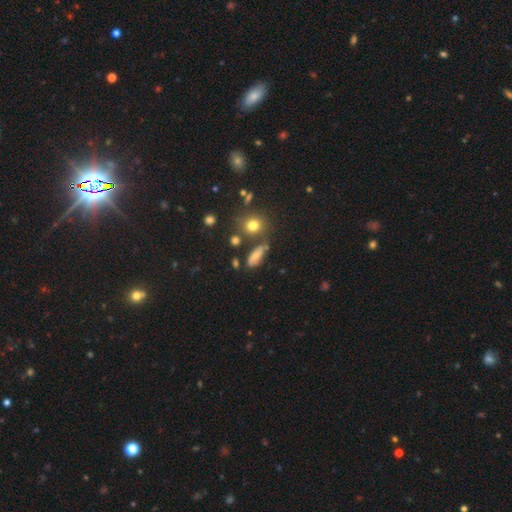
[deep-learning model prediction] Smooth or featured?
  - smooth: 62% *
  - featured or disk: 23%
  - star or artifact: 15%
How rounded?
  - in between: 73% *
  - cigar-shaped: 14%
  - round: 13%
Merging?
  - none: 60% *
  - minor disturbance: 22%
  - merger: 9%
  - major disturbance: 9%